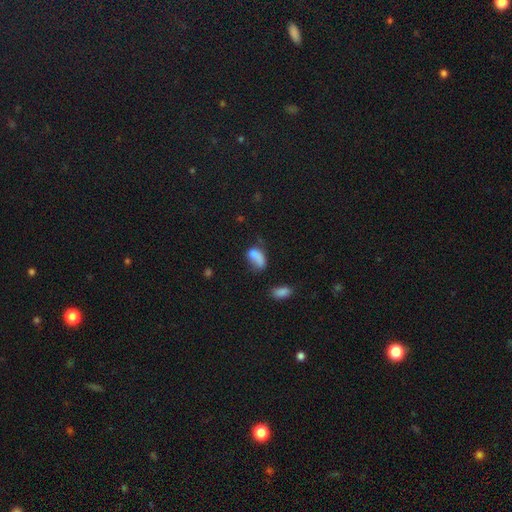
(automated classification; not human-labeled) This appears to be a smooth galaxy with no disk features (73%) that is in between round and cigar-shaped (84%). Merging: none (28%).